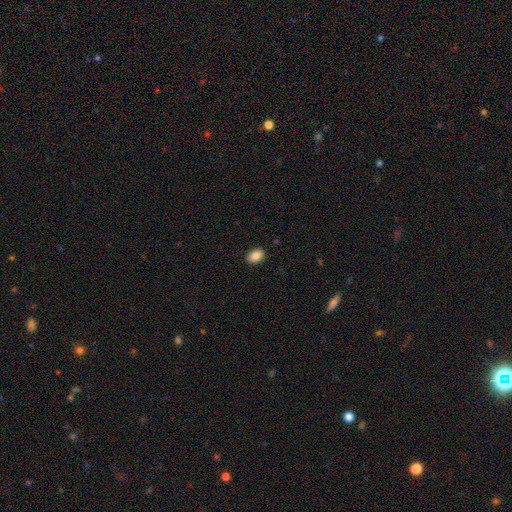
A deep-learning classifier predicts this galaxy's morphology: smooth_or_featured: smooth (p=0.87) [alt: star or artifact p=0.08]
how_rounded: in between (p=0.80) [alt: round p=0.19]
merging: none (p=0.90) [alt: minor disturbance p=0.07]